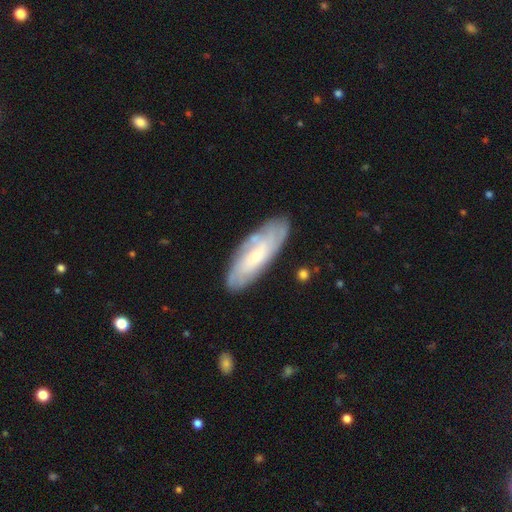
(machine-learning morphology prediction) type=featured or disk (59%); edge-on=no (80%); merging=none (79%).